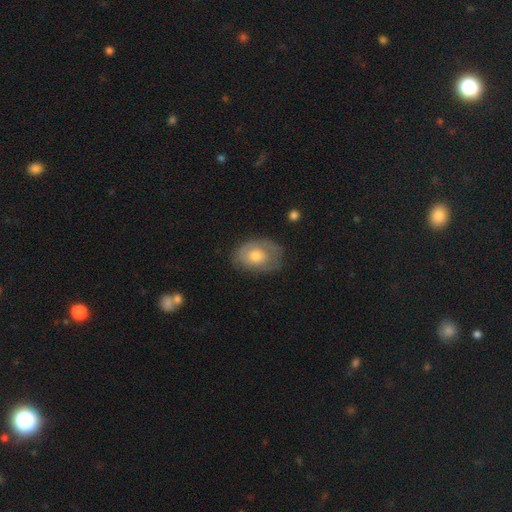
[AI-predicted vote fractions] Morphology: type=smooth (51%); roundness=in between (74%); merging=none (63%).